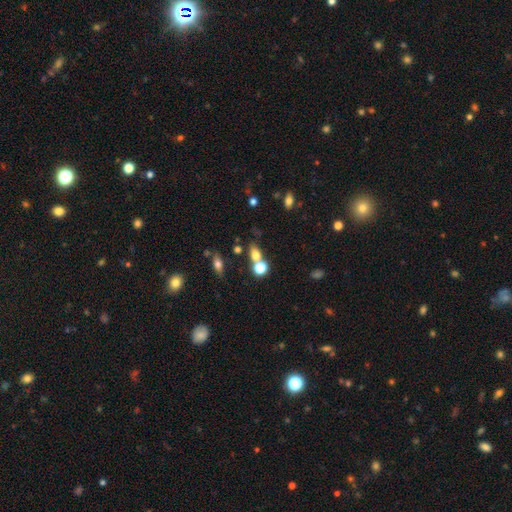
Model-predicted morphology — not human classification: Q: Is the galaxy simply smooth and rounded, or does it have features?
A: smooth — 69%.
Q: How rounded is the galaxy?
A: in between — 56%.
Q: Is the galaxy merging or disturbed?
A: none — 48%.